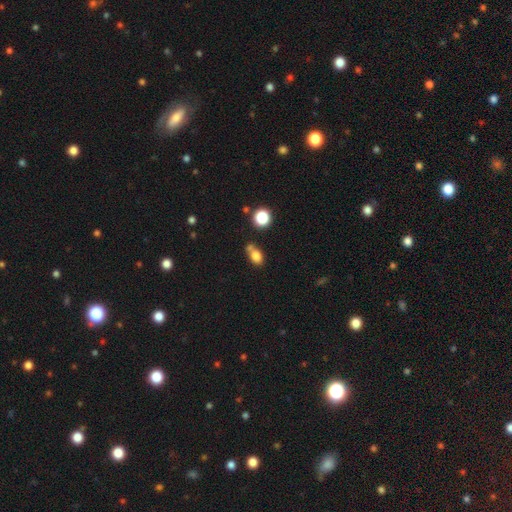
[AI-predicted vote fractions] Smooth or featured: smooth — 80% (star or artifact — 11%)
How rounded: in between — 74% (round — 24%)
Merging: none — 49% (merger — 28%)